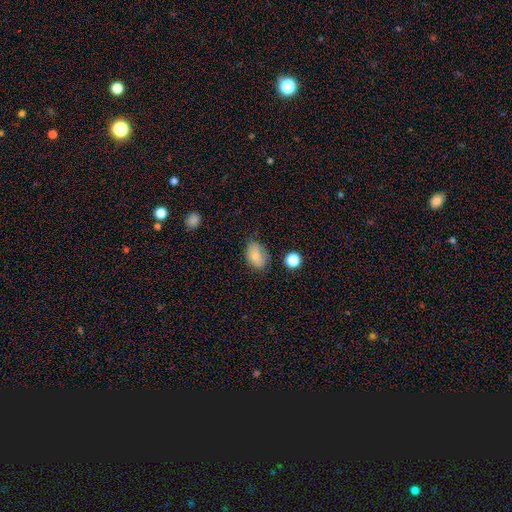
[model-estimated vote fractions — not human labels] smooth 80%, featured or disk 11%, star or artifact 9%. Down the decision tree: how rounded — in between (81%); merging — none (68%).